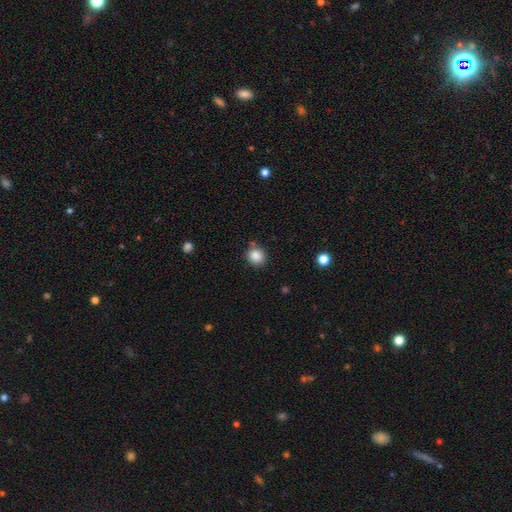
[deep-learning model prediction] The model was most divided on "how rounded": round: 80%, in between: 19%, cigar-shaped: 1%. More confident: smooth or featured — smooth (86%); merging — none (80%).